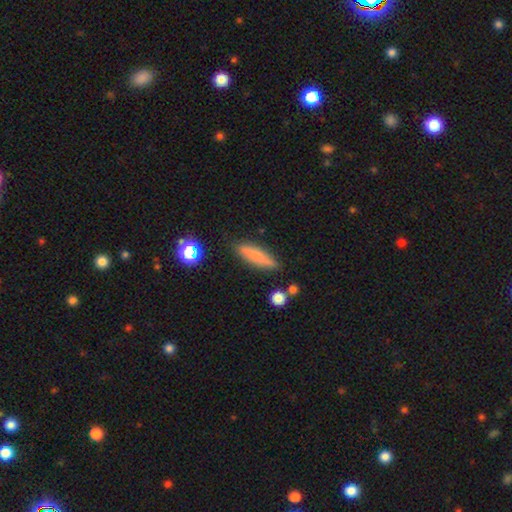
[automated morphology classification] smooth_or_featured: smooth (p=0.76) [alt: featured or disk p=0.16]
how_rounded: cigar-shaped (p=0.75) [alt: in between p=0.23]
merging: none (p=0.83) [alt: minor disturbance p=0.11]